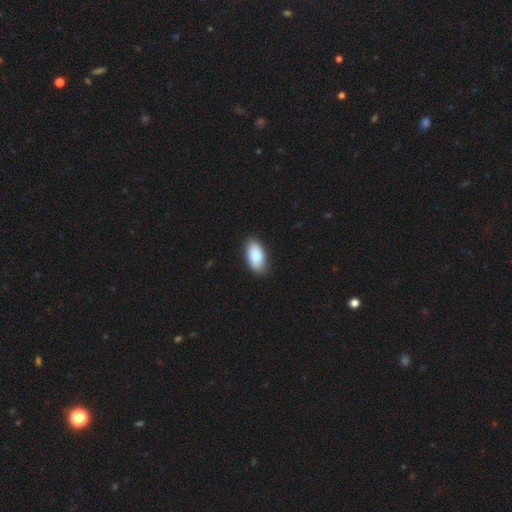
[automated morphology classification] A smooth galaxy with no disk features (87%) that is in between round and cigar-shaped (94%). Merging: none (85%).